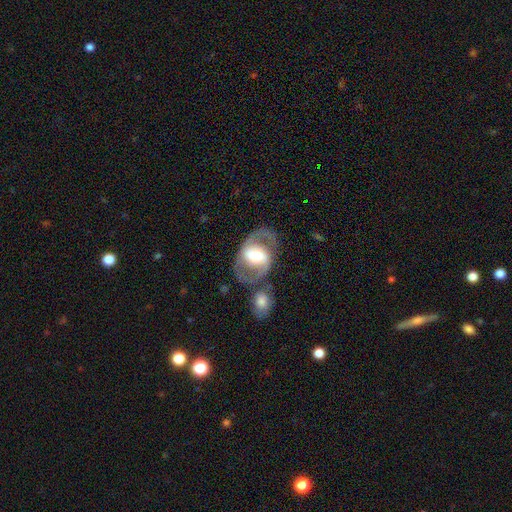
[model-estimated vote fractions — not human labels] A featured or disk galaxy (75%) with a strong bar (40%), 2 (87%) medium (52%) spiral arms (77%) and a moderate central bulge (60%).

Vote fractions:
- Smooth or featured? featured or disk: 75% / smooth: 19% / star or artifact: 6%
- Edge-on disk? no: 96% / yes: 4%
- Bar? strong: 40% / weak: 37% / no: 23%
- Spiral arms? yes: 77% / no: 23%
- Spiral winding? medium: 52% / loose: 26% / tight: 22%
- Spiral arm count? 2: 87% / can't tell: 7% / 1: 4% / 3: 1% / 4: 1% / more than 4: 1%
- Bulge size? moderate: 60% / large: 25% / small: 11% / dominant: 3% / none: 1%
- Merging? none: 67% / minor disturbance: 15% / merger: 10% / major disturbance: 9%